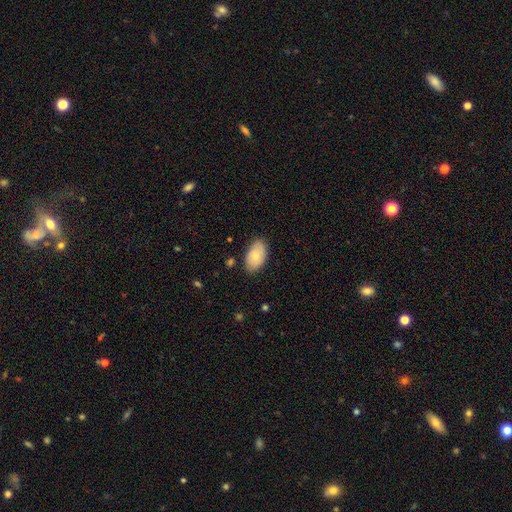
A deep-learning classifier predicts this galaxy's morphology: A smooth galaxy with no disk features (73%) that is in between round and cigar-shaped (93%). Merging: none (81%).